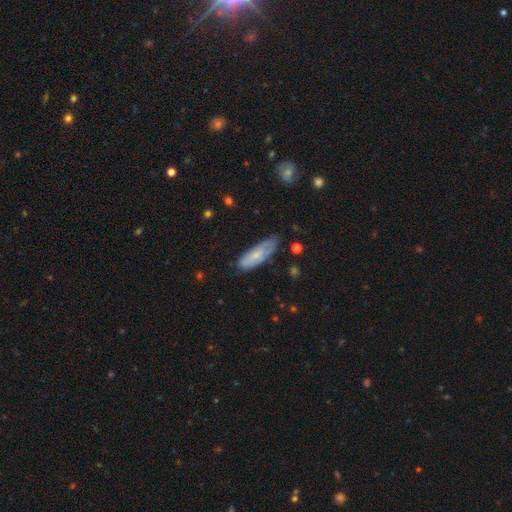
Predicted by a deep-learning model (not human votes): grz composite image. It shows a smooth galaxy with no disk features (66%) that is in between round and cigar-shaped (57%). Merging: none (60%).